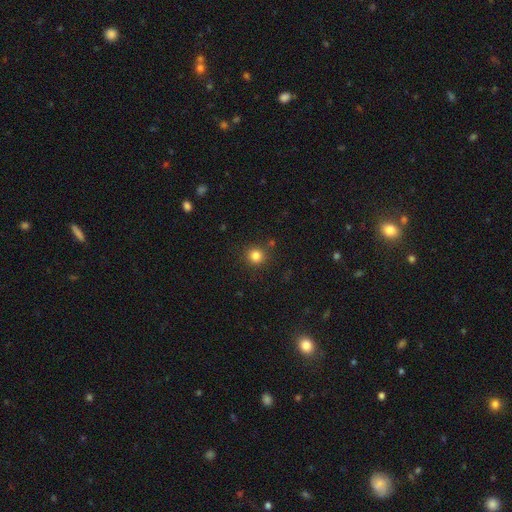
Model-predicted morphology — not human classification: Smooth or featured: smooth — 82% (star or artifact — 13%)
How rounded: round — 93% (in between — 7%)
Merging: none — 86% (minor disturbance — 8%)